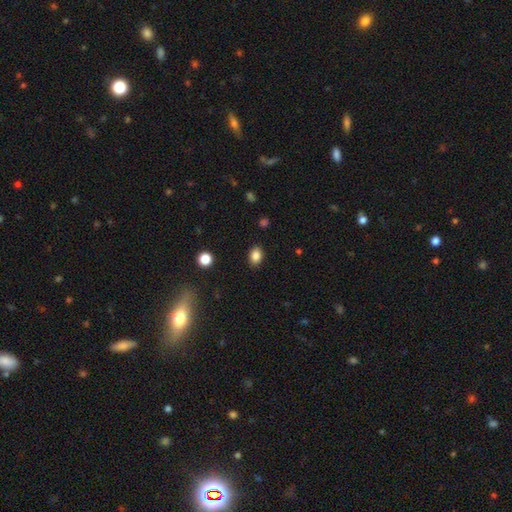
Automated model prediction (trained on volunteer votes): Smooth or featured?
  - smooth: 86% *
  - star or artifact: 10%
  - featured or disk: 4%
How rounded?
  - in between: 70% *
  - round: 29%
  - cigar-shaped: 1%
Merging?
  - none: 87% *
  - minor disturbance: 9%
  - major disturbance: 2%
  - merger: 1%